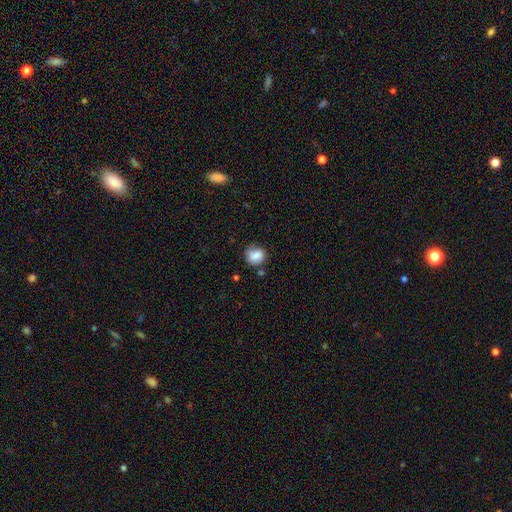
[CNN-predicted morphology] A smooth galaxy with no disk features (81%) that is round (79%).

Vote fractions:
- Smooth or featured? smooth: 81% / featured or disk: 10% / star or artifact: 9%
- How rounded? round: 79% / in between: 20% / cigar-shaped: 1%
- Merging? none: 67% / minor disturbance: 21% / merger: 6% / major disturbance: 6%